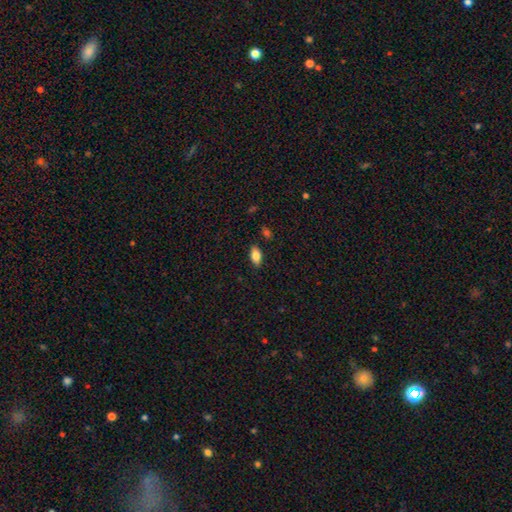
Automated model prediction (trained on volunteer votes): Morphology: type=smooth (82%); roundness=in between (91%); merging=none (86%).